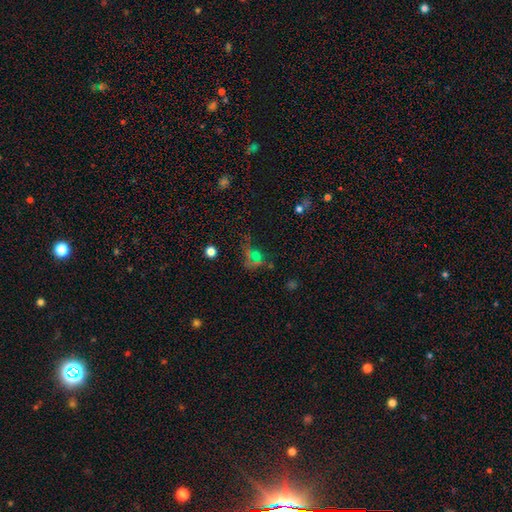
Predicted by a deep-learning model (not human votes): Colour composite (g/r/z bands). It shows a star or artifact, not a galaxy (41%).